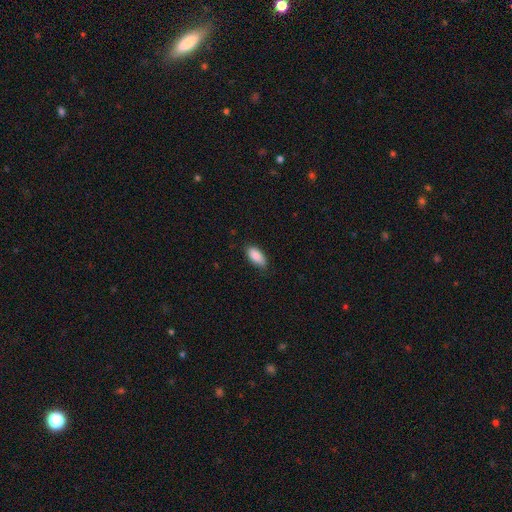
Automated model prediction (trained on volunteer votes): Smooth or featured? Predicted: smooth (p=0.89). How rounded? Predicted: in between (p=0.90). Merging? Predicted: none (p=0.76).